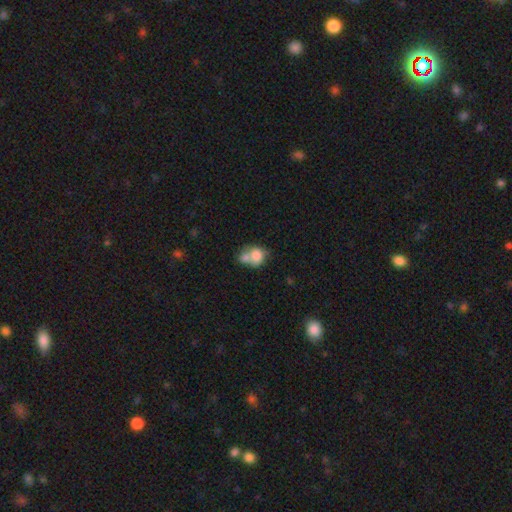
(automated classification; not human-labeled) smooth 74%, featured or disk 17%, star or artifact 9%. Down the decision tree: how rounded — round (55%); merging — merger (59%).